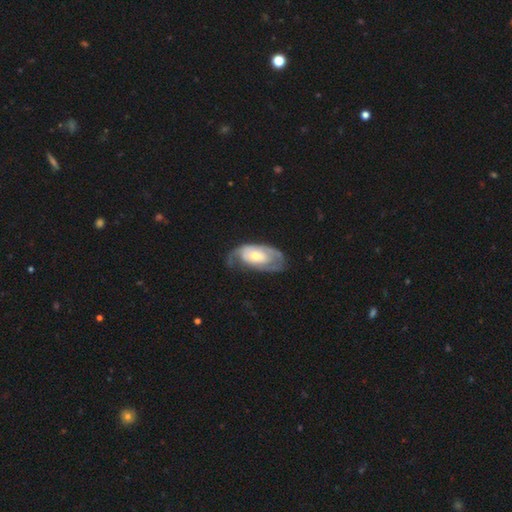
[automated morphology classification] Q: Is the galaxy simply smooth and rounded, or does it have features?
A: featured or disk — 65%.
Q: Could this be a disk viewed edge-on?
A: no — 93%.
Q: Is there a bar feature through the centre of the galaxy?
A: no — 73%.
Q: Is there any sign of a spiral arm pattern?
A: yes — 72%.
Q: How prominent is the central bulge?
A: moderate — 52%.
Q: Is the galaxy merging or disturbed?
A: none — 44%.